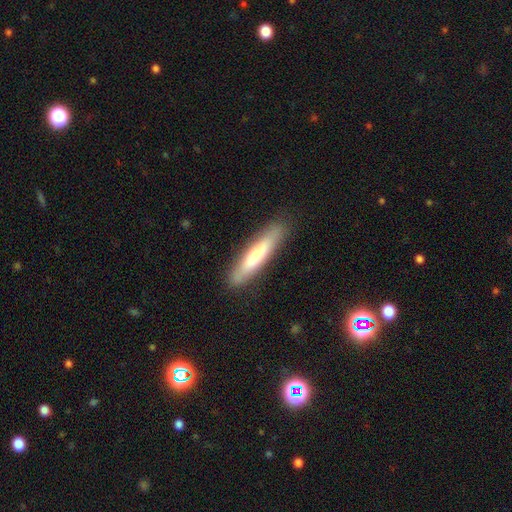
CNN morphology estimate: smooth-or-featured: smooth: 68% | featured or disk: 26% | star or artifact: 6%
  how-rounded: cigar-shaped: 88% | in between: 11% | round: 1%
  merging: none: 86% | minor disturbance: 11% | major disturbance: 2% | merger: 1%